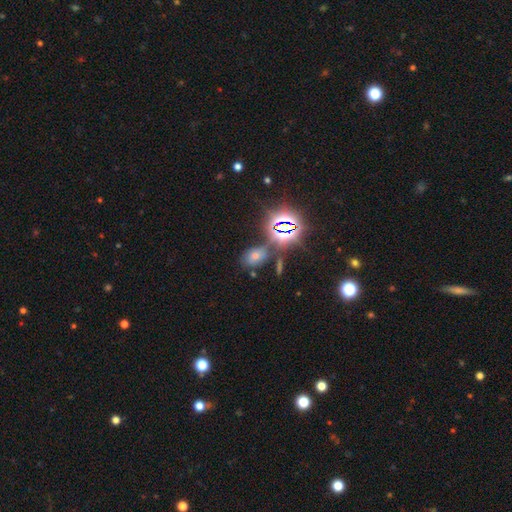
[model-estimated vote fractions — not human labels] smooth_or_featured: star or artifact (p=0.51) [alt: smooth p=0.34]